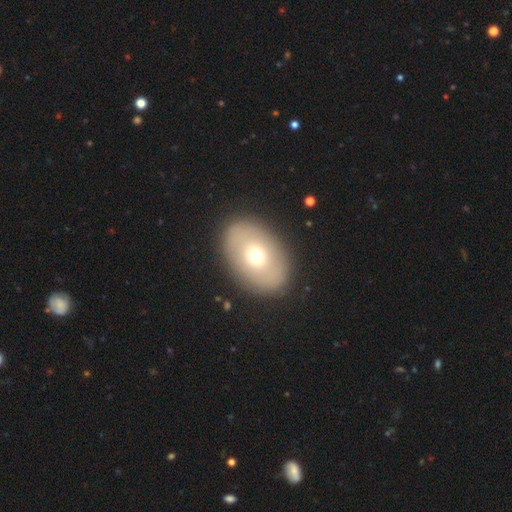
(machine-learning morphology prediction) smooth-or-featured: smooth: 64% | featured or disk: 28% | star or artifact: 9%
  how-rounded: in between: 82% | round: 17% | cigar-shaped: 1%
  merging: none: 88% | minor disturbance: 8% | major disturbance: 3% | merger: 1%